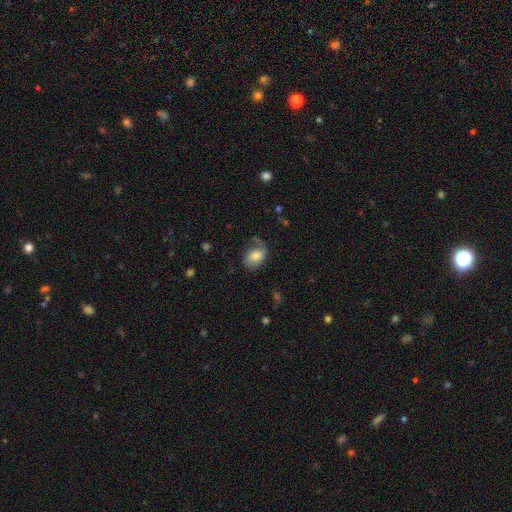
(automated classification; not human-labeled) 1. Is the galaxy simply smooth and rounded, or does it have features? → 55% smooth, 37% featured or disk, 8% star or artifact.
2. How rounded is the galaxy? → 79% in between, 20% round, 1% cigar-shaped.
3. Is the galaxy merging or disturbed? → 46% none, 28% minor disturbance, 24% major disturbance, 2% merger.